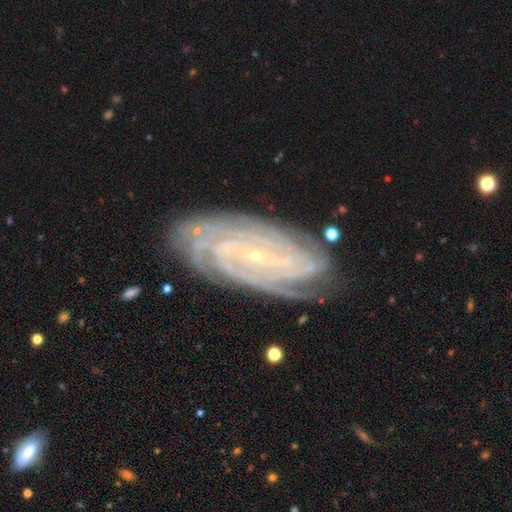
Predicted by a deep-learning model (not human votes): Smooth or featured: featured or disk — 89% (star or artifact — 6%)
Edge-on disk: no — 94% (yes — 6%)
Bar: no — 47% (weak — 34%)
Spiral arms: yes — 98% (no — 2%)
Spiral winding: tight — 80% (medium — 17%)
Spiral arm count: 4 — 27% (can't tell — 20%)
Bulge size: small — 87% (moderate — 9%)
Merging: none — 82% (minor disturbance — 13%)